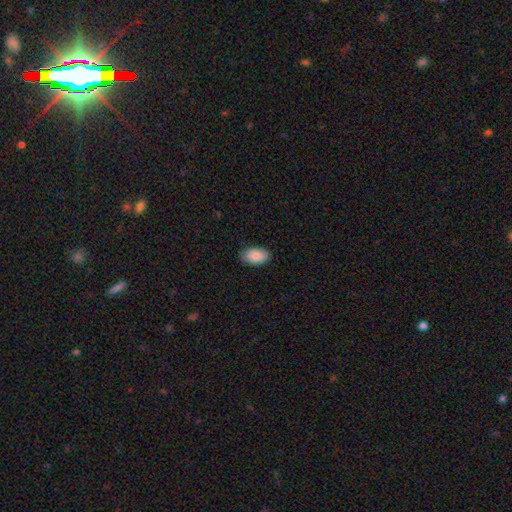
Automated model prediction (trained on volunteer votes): The model was most divided on "merging": none: 87%, minor disturbance: 10%, major disturbance: 2%, merger: 1%. More confident: how rounded — in between (94%); smooth or featured — smooth (89%).